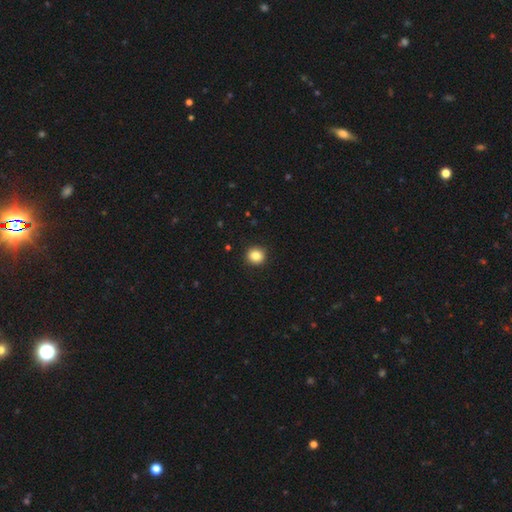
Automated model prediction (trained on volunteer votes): The model was most divided on "smooth or featured": smooth: 85%, star or artifact: 10%, featured or disk: 5%. More confident: merging — none (92%); how rounded — round (90%).